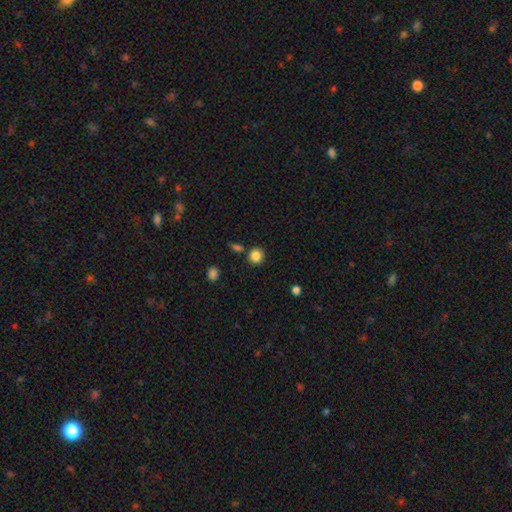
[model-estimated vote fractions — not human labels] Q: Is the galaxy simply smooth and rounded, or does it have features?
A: smooth — 86%.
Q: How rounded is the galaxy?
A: round — 89%.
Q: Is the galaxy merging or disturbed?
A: none — 83%.